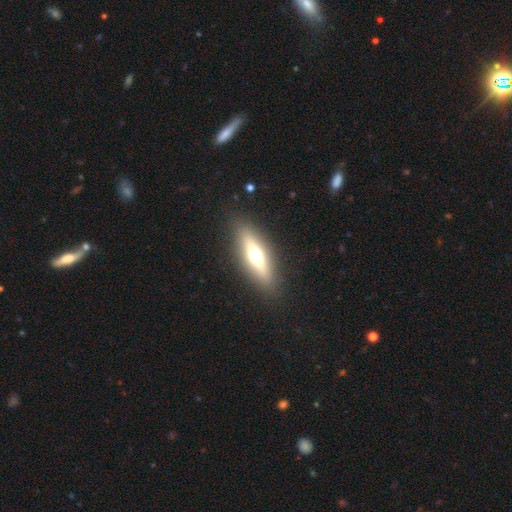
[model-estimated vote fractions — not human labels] This is possibly a featured or disk galaxy (46%). Merging: clearly none (88%).